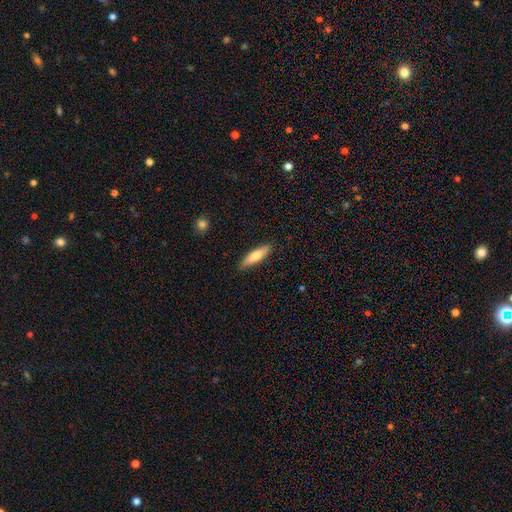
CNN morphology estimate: Smooth or featured?
  - smooth: 70% *
  - featured or disk: 24%
  - star or artifact: 6%
How rounded?
  - cigar-shaped: 69% *
  - in between: 29%
  - round: 2%
Merging?
  - none: 89% *
  - minor disturbance: 8%
  - major disturbance: 2%
  - merger: 1%